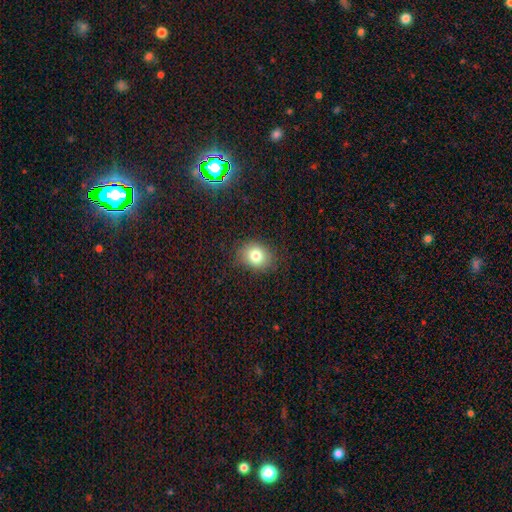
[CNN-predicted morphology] Smooth or featured?
  - smooth: 79% *
  - star or artifact: 11%
  - featured or disk: 9%
How rounded?
  - round: 51% *
  - in between: 48%
  - cigar-shaped: 1%
Merging?
  - none: 83% *
  - minor disturbance: 13%
  - major disturbance: 4%
  - merger: 1%